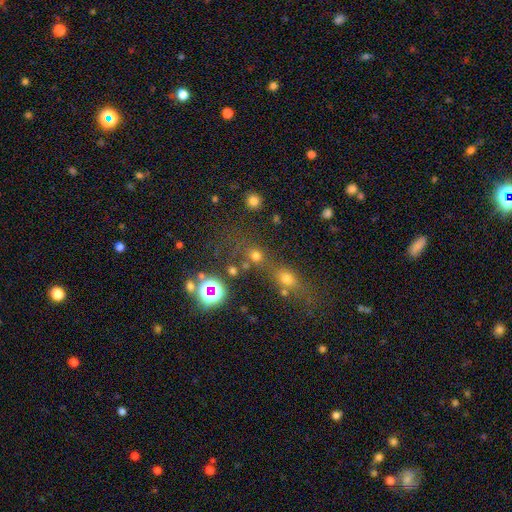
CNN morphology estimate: Smooth or featured: smooth — 68% (star or artifact — 24%)
How rounded: round — 82% (in between — 17%)
Merging: none — 60% (merger — 22%)